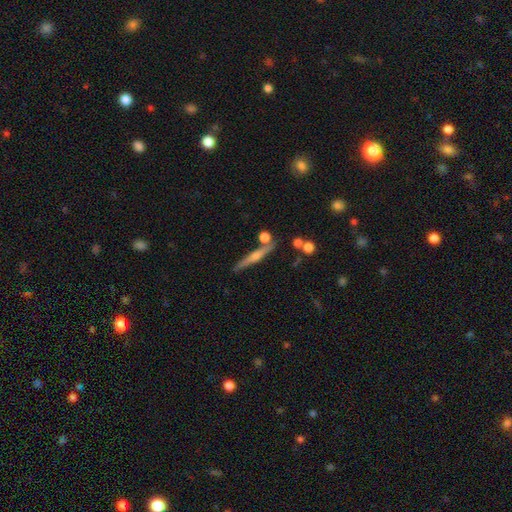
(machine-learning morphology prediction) A featured or disk galaxy (71%) viewed edge-on (97%) with a rounded central bulge (82%). Merging: none (83%).